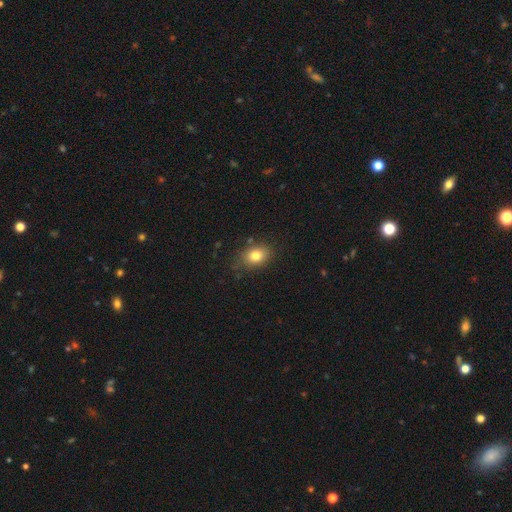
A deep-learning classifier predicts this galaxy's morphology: smooth_or_featured: smooth (p=0.81) [alt: star or artifact p=0.10]
how_rounded: in between (p=0.66) [alt: round p=0.33]
merging: none (p=0.78) [alt: minor disturbance p=0.16]